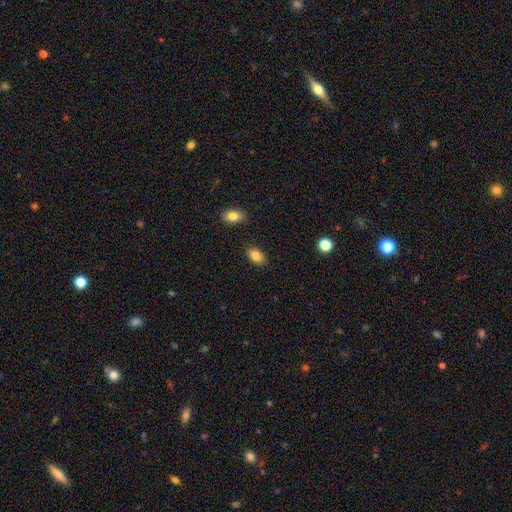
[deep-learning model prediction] smooth_or_featured: smooth (p=0.84) [alt: star or artifact p=0.09]
how_rounded: in between (p=0.89) [alt: round p=0.08]
merging: none (p=0.84) [alt: minor disturbance p=0.12]